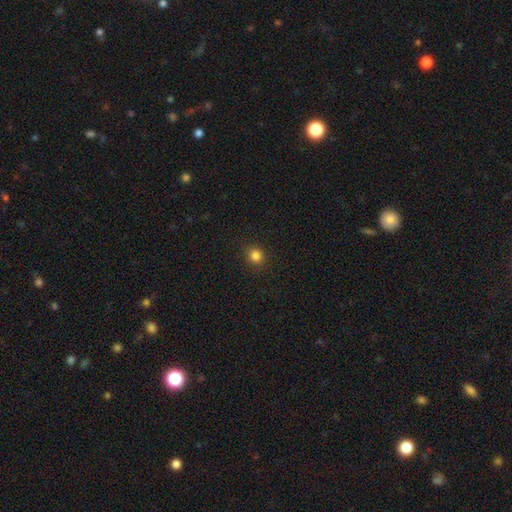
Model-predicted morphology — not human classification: smooth_or_featured: smooth (p=0.83) [alt: star or artifact p=0.13]
how_rounded: round (p=0.91) [alt: in between p=0.09]
merging: none (p=0.91) [alt: minor disturbance p=0.06]